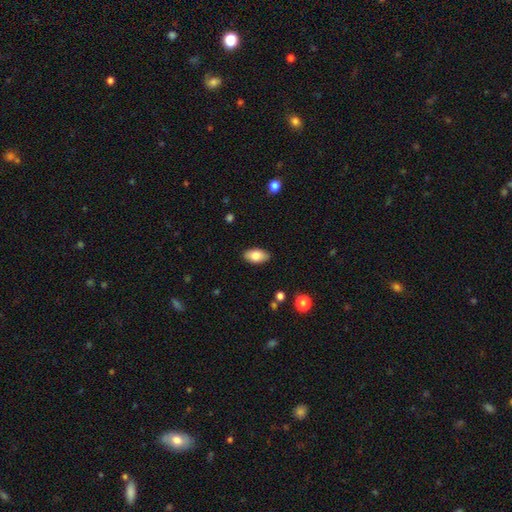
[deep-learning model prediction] Smooth or featured? smooth (81%)
How rounded? in between (93%)
Merging? none (88%)